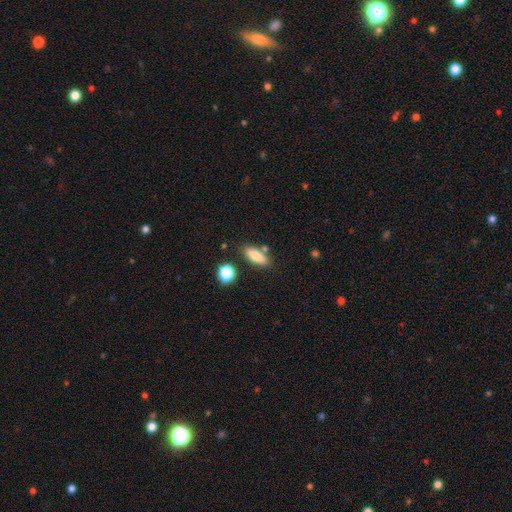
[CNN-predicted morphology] smooth_or_featured: smooth (p=0.80) [alt: featured or disk p=0.12]
how_rounded: in between (p=0.67) [alt: cigar-shaped p=0.29]
merging: none (p=0.76) [alt: minor disturbance p=0.13]